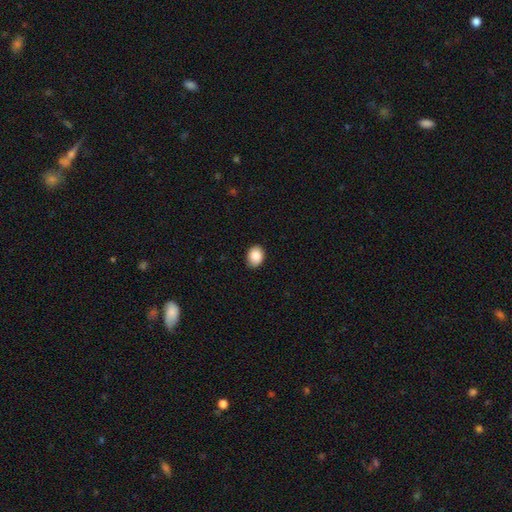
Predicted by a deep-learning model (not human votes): Smooth or featured: smooth — 88% (star or artifact — 8%)
How rounded: in between — 61% (round — 38%)
Merging: none — 88% (minor disturbance — 10%)